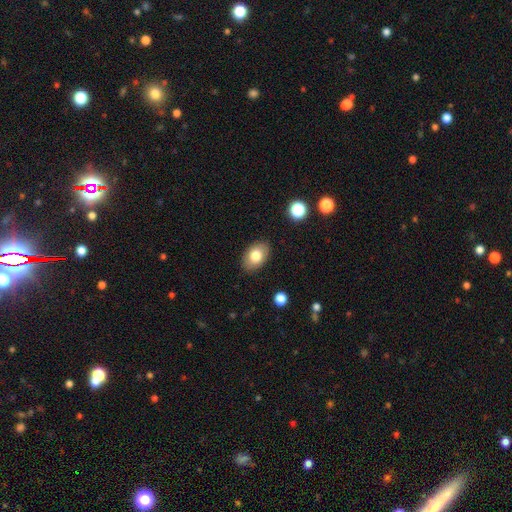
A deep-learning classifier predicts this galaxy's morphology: This is likely a smooth galaxy (79%). How rounded: clearly in between (86%). Merging: clearly none (87%).